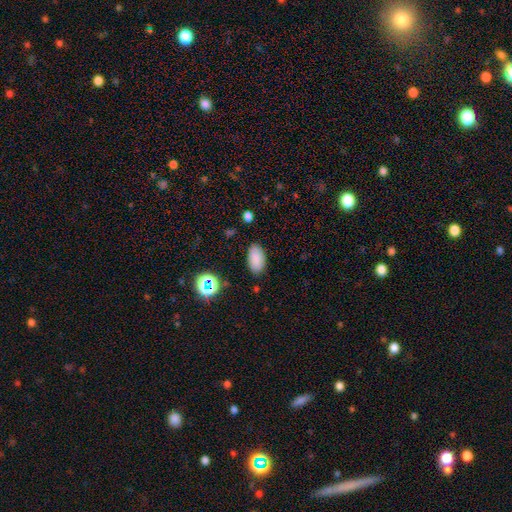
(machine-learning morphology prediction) Smooth or featured? Predicted: smooth (p=0.84). How rounded? Predicted: in between (p=0.94). Merging? Predicted: none (p=0.85).